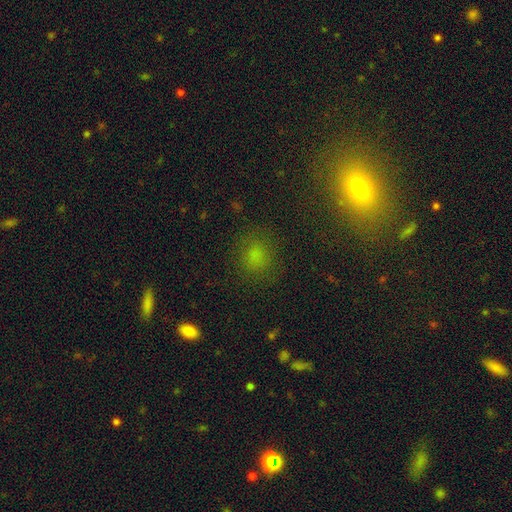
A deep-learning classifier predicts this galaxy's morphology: Smooth or featured?
  - smooth: 69% *
  - star or artifact: 24%
  - featured or disk: 7%
How rounded?
  - round: 74% *
  - in between: 24%
  - cigar-shaped: 2%
Merging?
  - none: 80% *
  - minor disturbance: 12%
  - major disturbance: 6%
  - merger: 2%